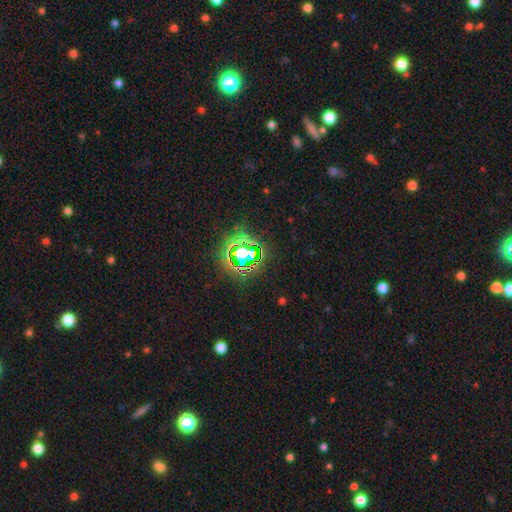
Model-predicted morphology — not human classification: A star or artifact, not a galaxy (74%).